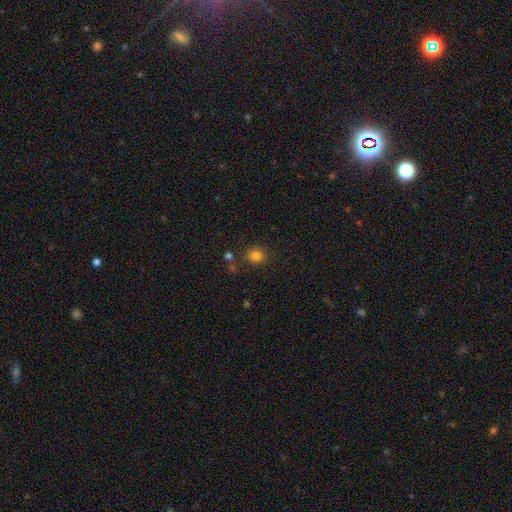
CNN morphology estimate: Overall: smooth (80%). How rounded: round (85%). Merging: none (83%).